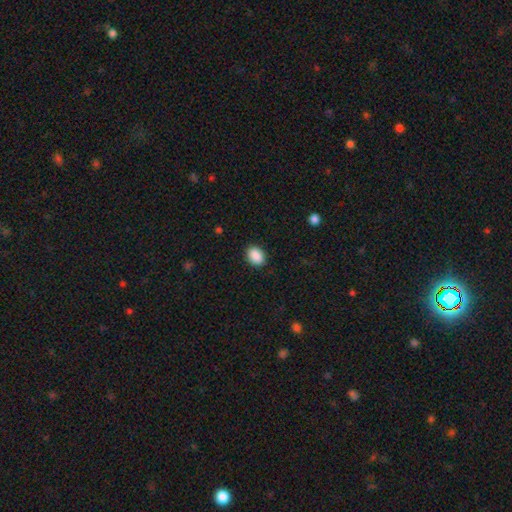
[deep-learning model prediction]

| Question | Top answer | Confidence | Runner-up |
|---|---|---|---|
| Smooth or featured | smooth | 90% | star or artifact (8%) |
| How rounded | in between | 74% | round (25%) |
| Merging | none | 89% | minor disturbance (7%) |